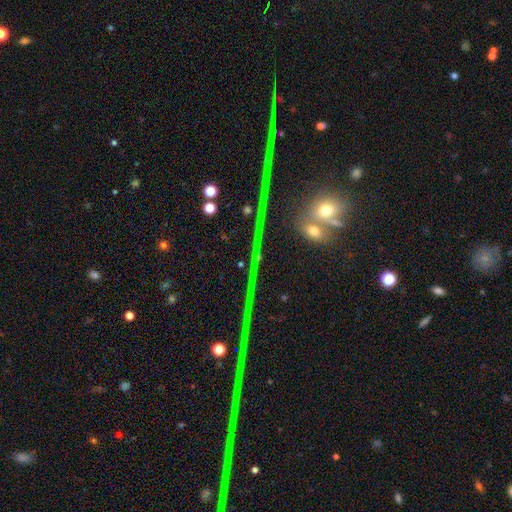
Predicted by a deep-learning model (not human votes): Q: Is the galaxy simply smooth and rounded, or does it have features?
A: star or artifact — 63%.